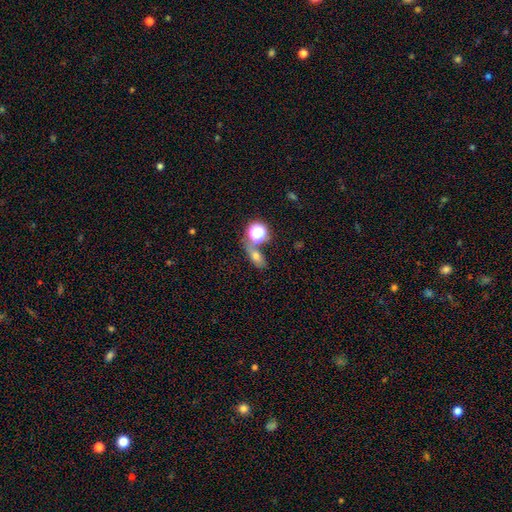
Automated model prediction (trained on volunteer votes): Smooth or featured?
  - smooth: 61% *
  - star or artifact: 23%
  - featured or disk: 16%
How rounded?
  - in between: 62% *
  - round: 27%
  - cigar-shaped: 11%
Merging?
  - none: 55% *
  - merger: 24%
  - minor disturbance: 13%
  - major disturbance: 7%